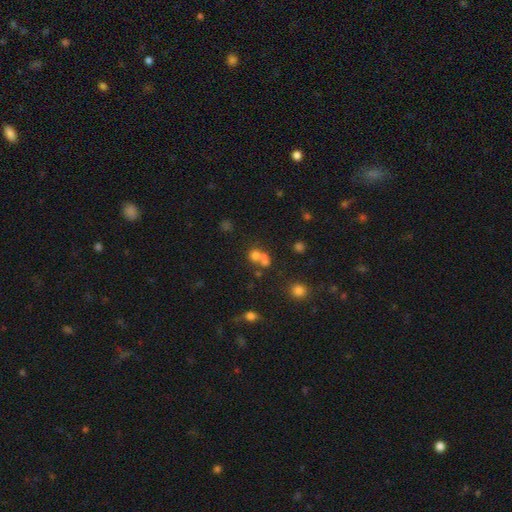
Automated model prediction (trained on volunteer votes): Smooth or featured?
  - smooth: 66% *
  - star or artifact: 18%
  - featured or disk: 15%
How rounded?
  - round: 75% *
  - in between: 23%
  - cigar-shaped: 1%
Merging?
  - merger: 54% *
  - none: 35%
  - minor disturbance: 7%
  - major disturbance: 5%